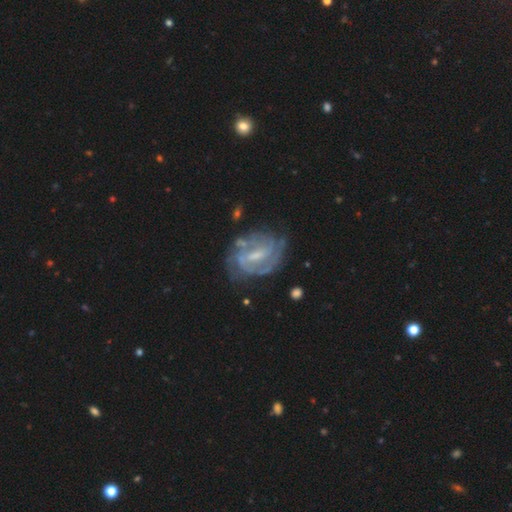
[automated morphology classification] This appears to be a featured or disk galaxy (84%) with a weak bar (52%), 2 (48%) tight (53%) spiral arms (90%) and a small central bulge (43%). Merging: none (64%).